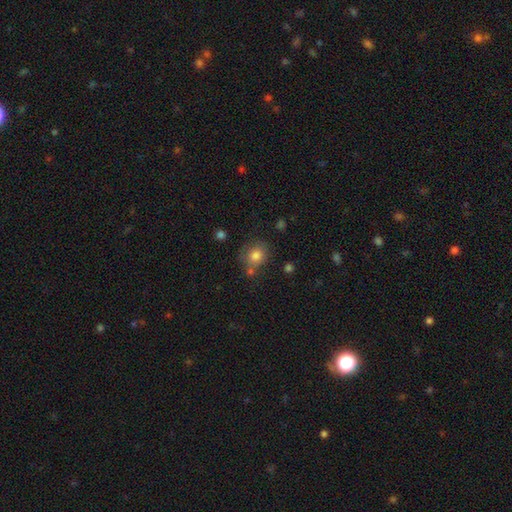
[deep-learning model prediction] Smooth or featured? smooth (80%)
How rounded? round (69%)
Merging? none (65%)